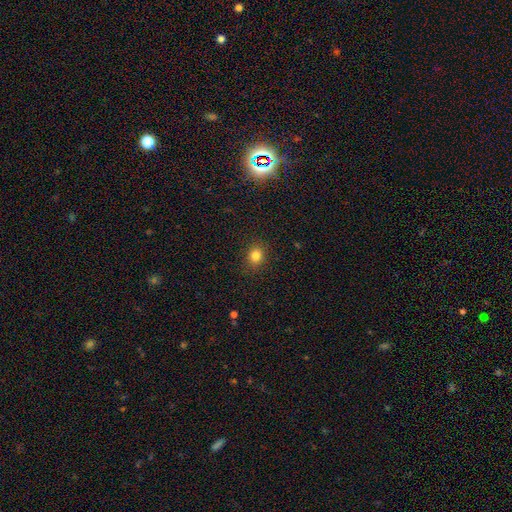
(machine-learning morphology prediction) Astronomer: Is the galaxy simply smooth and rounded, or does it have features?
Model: smooth — 82%.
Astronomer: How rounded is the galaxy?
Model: round — 66%.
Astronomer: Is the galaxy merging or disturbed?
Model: none — 88%.